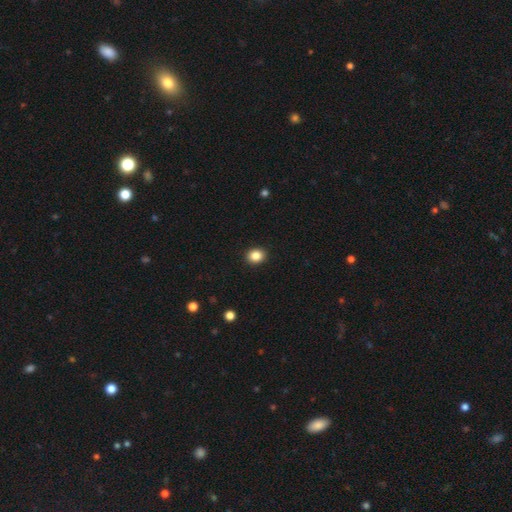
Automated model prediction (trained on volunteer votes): Smooth or featured? smooth (86%)
How rounded? round (64%)
Merging? none (92%)